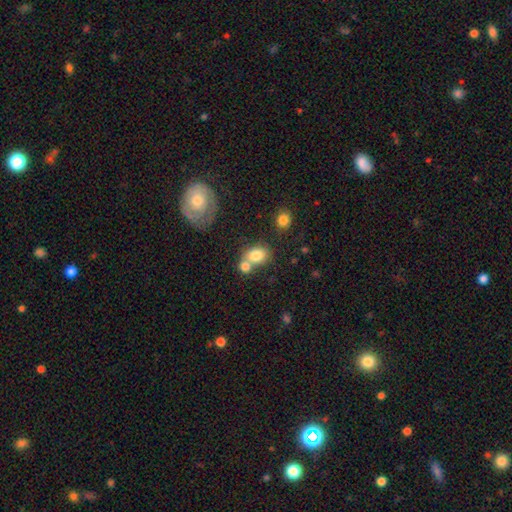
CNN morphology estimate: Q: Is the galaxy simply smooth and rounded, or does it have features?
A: smooth — 79%.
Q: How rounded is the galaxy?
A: in between — 58%.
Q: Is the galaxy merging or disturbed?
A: merger — 47%.